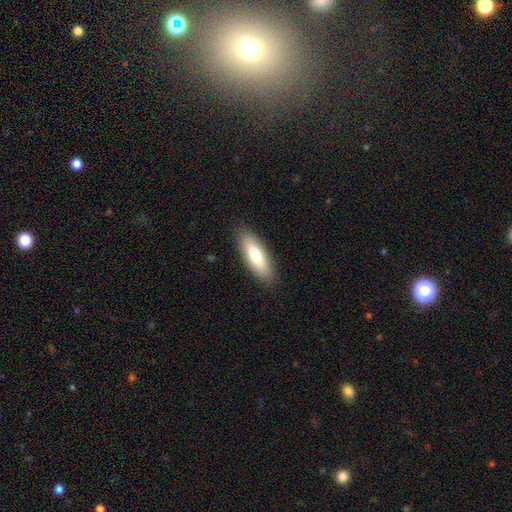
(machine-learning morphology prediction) A smooth galaxy with no disk features (69%) that is in between round and cigar-shaped (57%).

Vote fractions:
- Smooth or featured? smooth: 69% / featured or disk: 25% / star or artifact: 6%
- How rounded? in between: 57% / cigar-shaped: 41% / round: 2%
- Merging? none: 88% / minor disturbance: 9% / major disturbance: 2% / merger: 1%